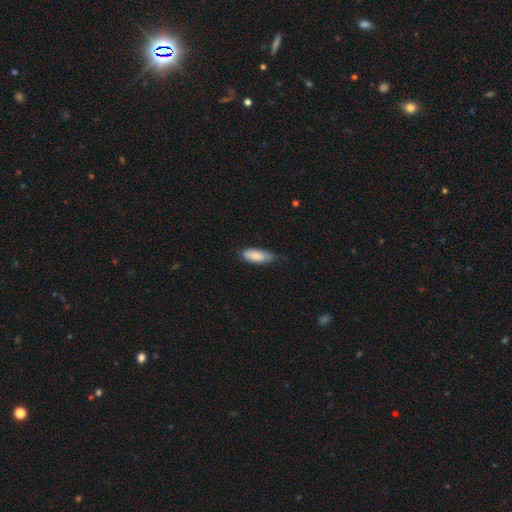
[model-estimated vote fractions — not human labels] Smooth or featured?
  - smooth: 86% *
  - featured or disk: 8%
  - star or artifact: 6%
How rounded?
  - in between: 77% *
  - cigar-shaped: 21%
  - round: 2%
Merging?
  - none: 54% *
  - minor disturbance: 38%
  - major disturbance: 7%
  - merger: 1%